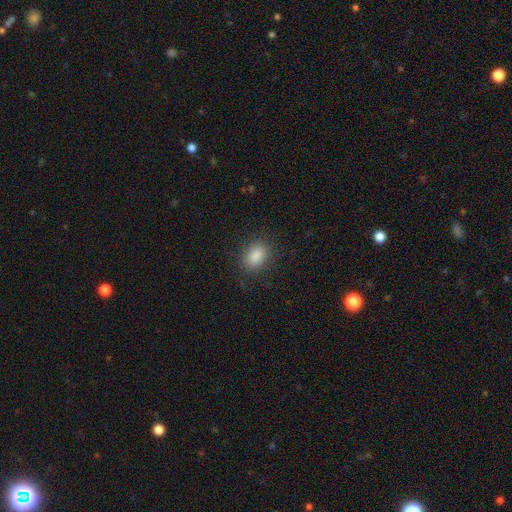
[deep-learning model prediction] A smooth galaxy with no disk features (86%) that is in between round and cigar-shaped (74%). Merging: none (86%).